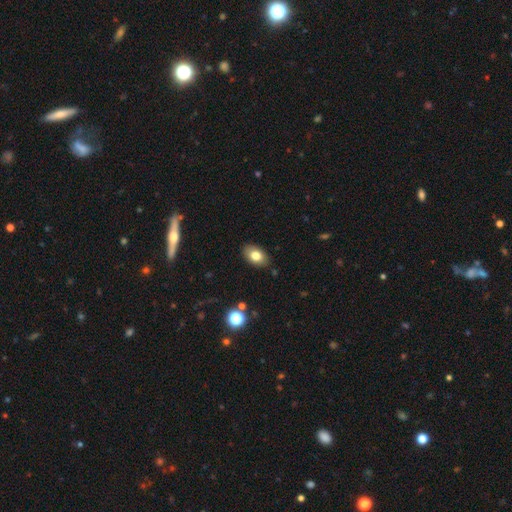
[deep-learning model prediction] smooth 79%, featured or disk 13%, star or artifact 9%. Down the decision tree: how rounded — in between (88%); merging — none (86%).